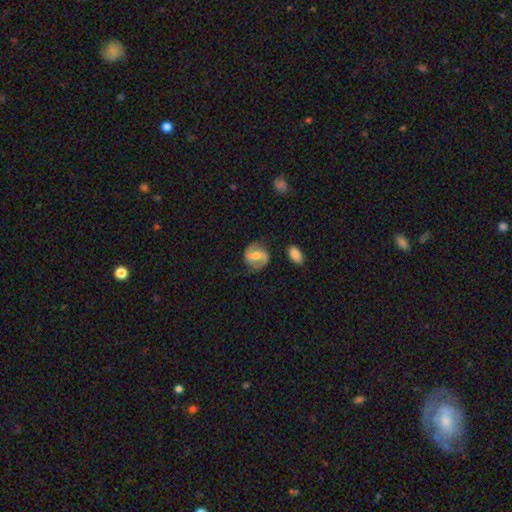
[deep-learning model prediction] Smooth or featured: featured or disk — 75% (smooth — 19%)
Edge-on disk: no — 97% (yes — 3%)
Bar: weak — 44% (strong — 34%)
Spiral arms: yes — 92% (no — 8%)
Spiral winding: medium — 49% (loose — 31%)
Spiral arm count: 2 — 90% (can't tell — 4%)
Bulge size: moderate — 64% (small — 27%)
Merging: none — 79% (minor disturbance — 14%)